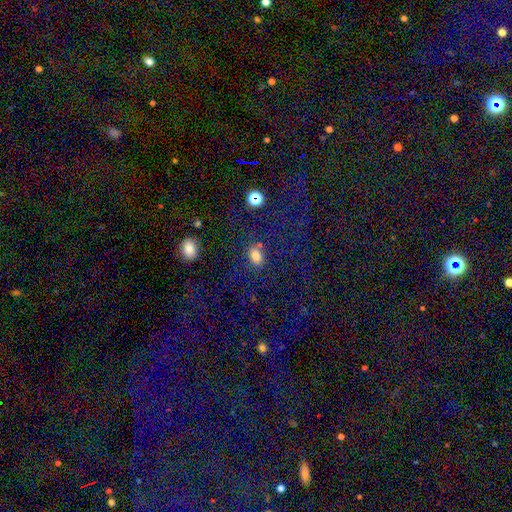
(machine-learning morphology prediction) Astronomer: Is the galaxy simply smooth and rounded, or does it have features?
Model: smooth — 78%.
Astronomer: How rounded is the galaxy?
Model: in between — 77%.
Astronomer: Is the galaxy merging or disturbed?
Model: none — 74%.